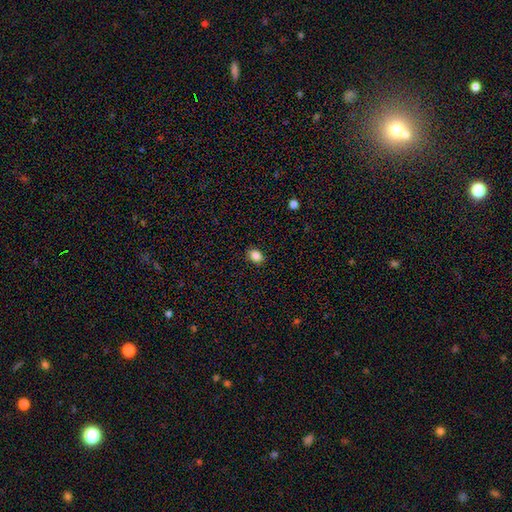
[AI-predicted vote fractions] Smooth or featured? Predicted: smooth (p=0.86). How rounded? Predicted: in between (p=0.63). Merging? Predicted: none (p=0.87).